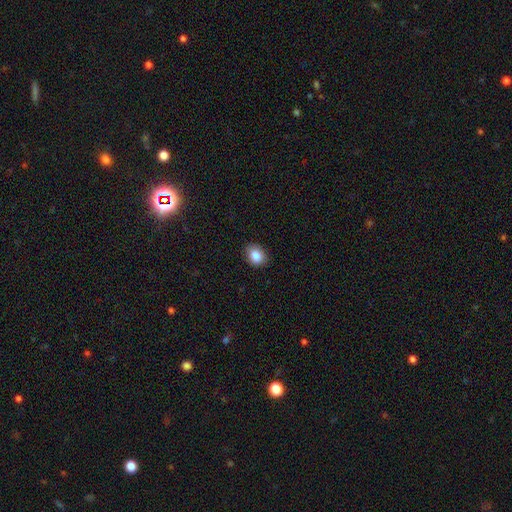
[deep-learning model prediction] Q: Smooth or featured?
A: smooth (86%); runner-up: star or artifact (9%)
Q: How rounded?
A: in between (59%); runner-up: round (40%)
Q: Merging?
A: none (85%); runner-up: minor disturbance (12%)